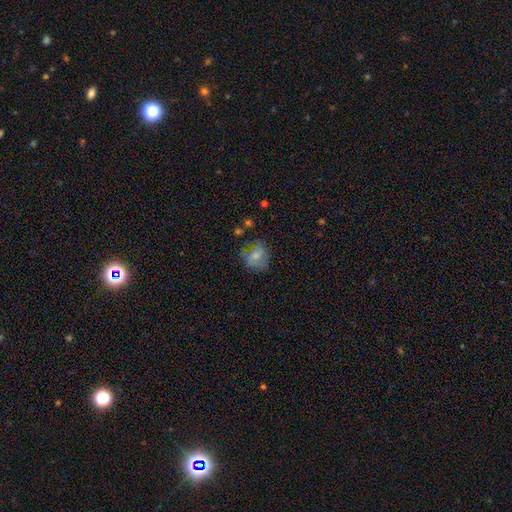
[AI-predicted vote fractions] Q: Smooth or featured?
A: smooth (63%); runner-up: featured or disk (27%)
Q: How rounded?
A: round (53%); runner-up: in between (46%)
Q: Merging?
A: none (53%); runner-up: minor disturbance (26%)